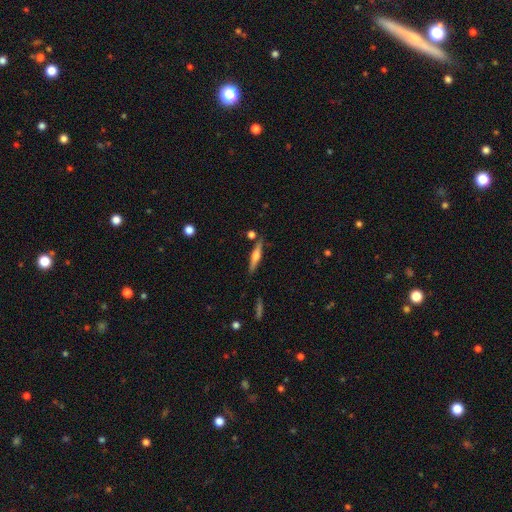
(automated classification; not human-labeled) featured or disk 57%, smooth 36%, star or artifact 7%. Down the decision tree: edge-on disk — yes (96%); edge-on bulge — rounded (82%); merging — none (82%).